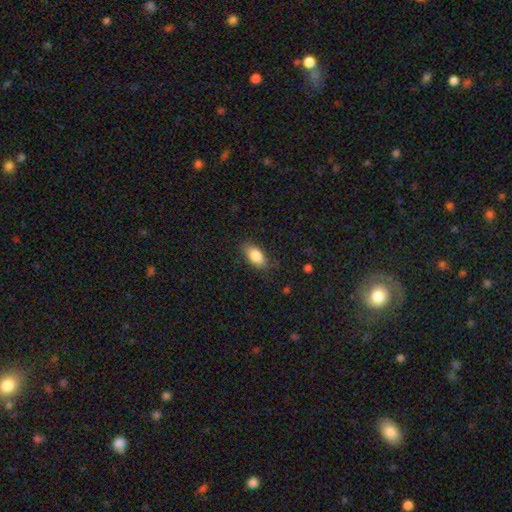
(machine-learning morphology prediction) Smooth or featured? Predicted: smooth (p=0.84). How rounded? Predicted: in between (p=0.90). Merging? Predicted: none (p=0.79).